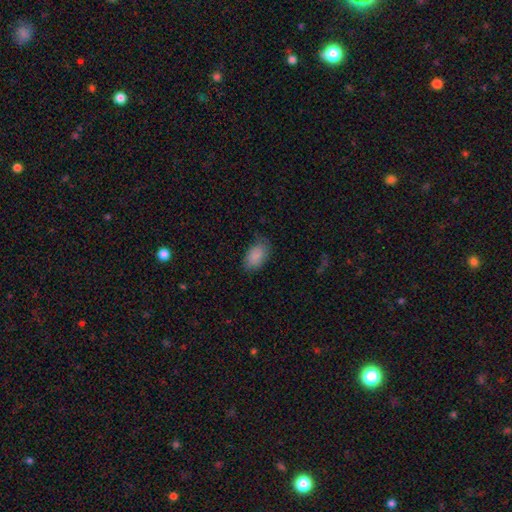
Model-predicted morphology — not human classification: Q: Smooth or featured?
A: smooth (88%); runner-up: star or artifact (7%)
Q: How rounded?
A: in between (92%); runner-up: round (7%)
Q: Merging?
A: none (72%); runner-up: minor disturbance (21%)